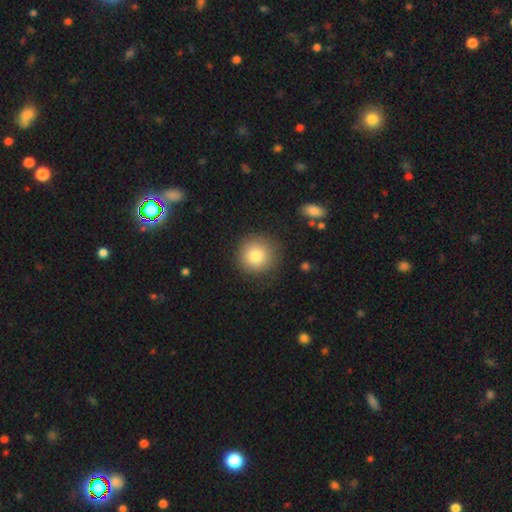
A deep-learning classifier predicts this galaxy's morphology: The model was most divided on "smooth or featured": smooth: 82%, star or artifact: 10%, featured or disk: 9%. More confident: how rounded — round (94%); merging — none (86%).